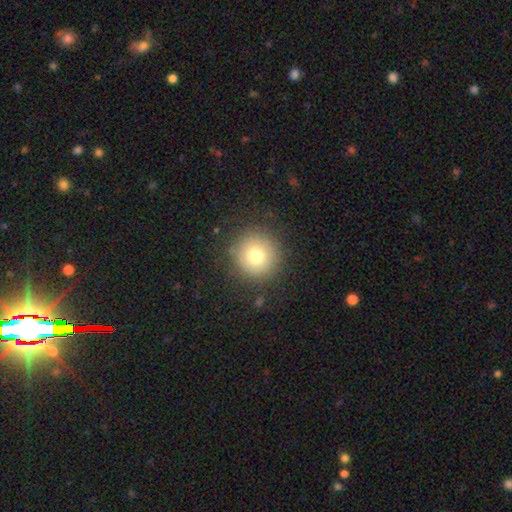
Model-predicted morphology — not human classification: Smooth or featured?
  - smooth: 76% *
  - featured or disk: 12%
  - star or artifact: 12%
How rounded?
  - round: 95% *
  - in between: 4%
  - cigar-shaped: 1%
Merging?
  - none: 87% *
  - minor disturbance: 9%
  - major disturbance: 3%
  - merger: 1%